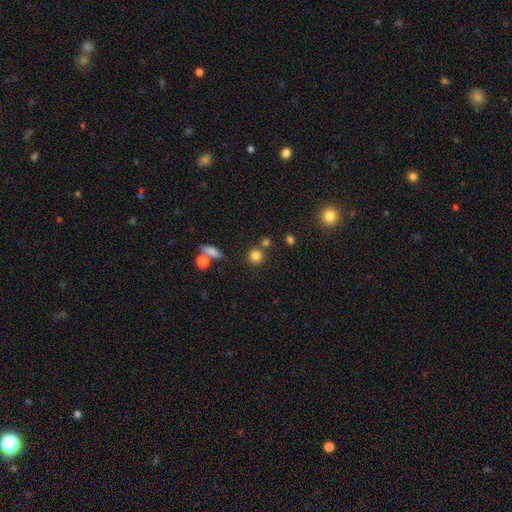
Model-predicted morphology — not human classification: Smooth or featured: smooth — 80% (star or artifact — 13%)
How rounded: round — 90% (in between — 8%)
Merging: none — 73% (merger — 15%)